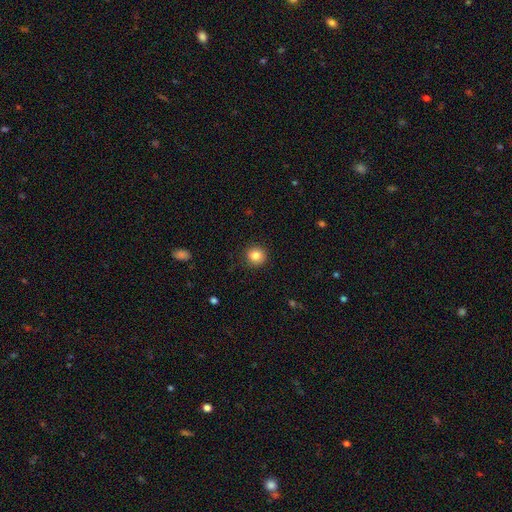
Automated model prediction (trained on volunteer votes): Smooth or featured?
  - smooth: 84% *
  - star or artifact: 10%
  - featured or disk: 6%
How rounded?
  - round: 92% *
  - in between: 7%
  - cigar-shaped: 1%
Merging?
  - none: 91% *
  - minor disturbance: 6%
  - major disturbance: 2%
  - merger: 1%